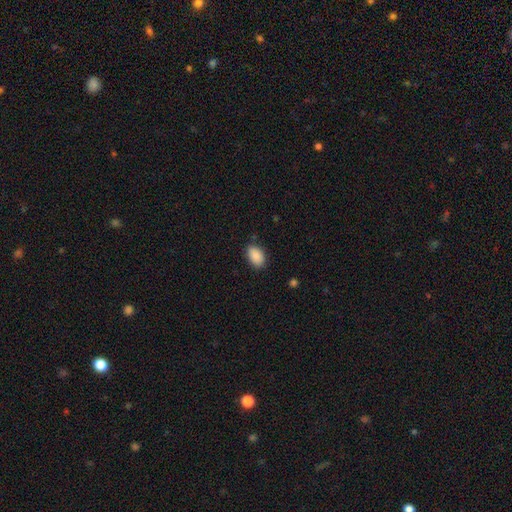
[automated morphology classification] type=smooth (87%); roundness=in between (88%); merging=none (84%).